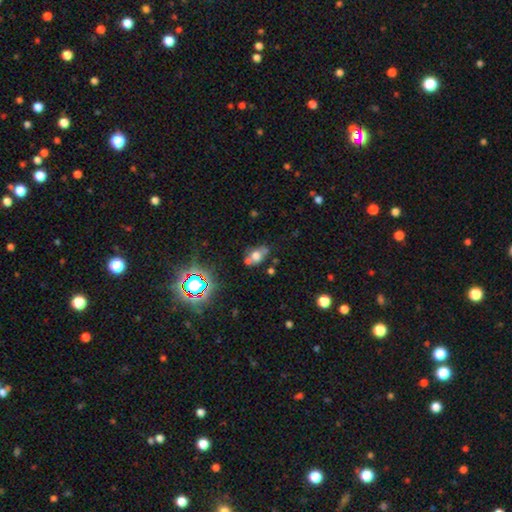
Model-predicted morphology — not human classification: A smooth galaxy with no disk features (57%) that is in between round and cigar-shaped (70%). Merging: none (49%).